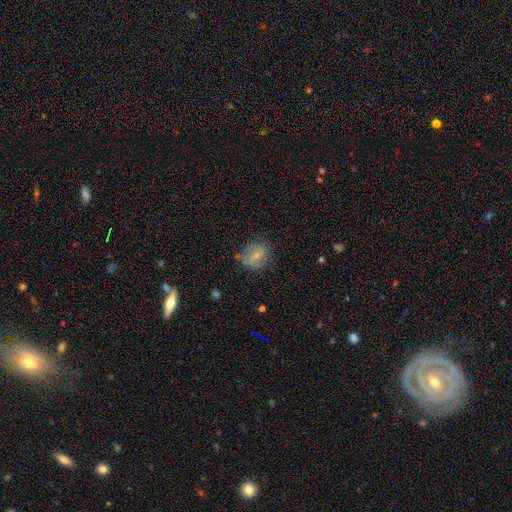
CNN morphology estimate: Q: Smooth or featured?
A: smooth (53%); runner-up: featured or disk (37%)
Q: How rounded?
A: round (69%); runner-up: in between (30%)
Q: Merging?
A: none (65%); runner-up: minor disturbance (23%)